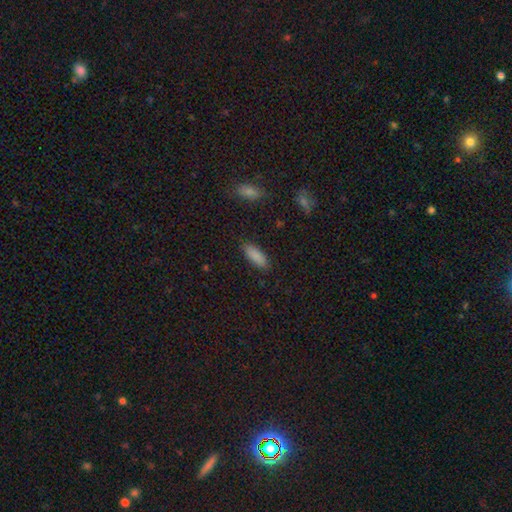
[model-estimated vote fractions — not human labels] Morphology: type=smooth (88%); roundness=in between (71%); merging=none (87%).